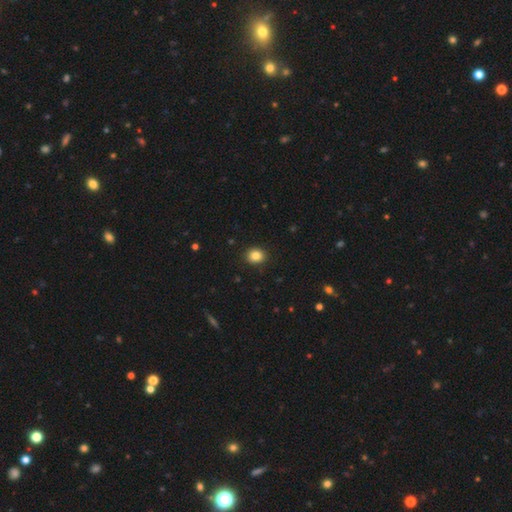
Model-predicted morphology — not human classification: Q: Smooth or featured?
A: smooth (84%); runner-up: star or artifact (10%)
Q: How rounded?
A: round (68%); runner-up: in between (31%)
Q: Merging?
A: none (90%); runner-up: minor disturbance (7%)